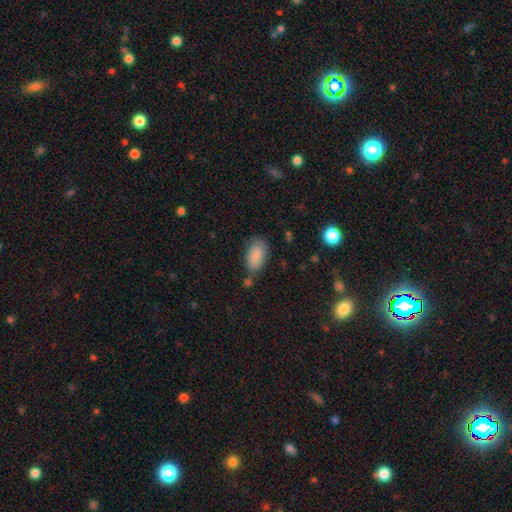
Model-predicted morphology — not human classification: A smooth galaxy with no disk features (85%) that is in between round and cigar-shaped (93%).

Vote fractions:
- Smooth or featured? smooth: 85% / featured or disk: 8% / star or artifact: 7%
- How rounded? in between: 93% / round: 4% / cigar-shaped: 3%
- Merging? none: 64% / minor disturbance: 22% / merger: 8% / major disturbance: 6%